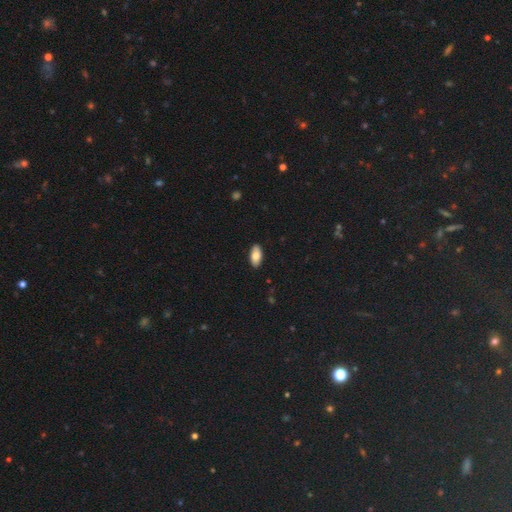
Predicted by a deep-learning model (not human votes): A smooth galaxy with no disk features (79%) that is in between round and cigar-shaped (91%).

Vote fractions:
- Smooth or featured? smooth: 79% / featured or disk: 15% / star or artifact: 6%
- How rounded? in between: 91% / cigar-shaped: 6% / round: 3%
- Merging? none: 89% / minor disturbance: 8% / major disturbance: 2% / merger: 1%